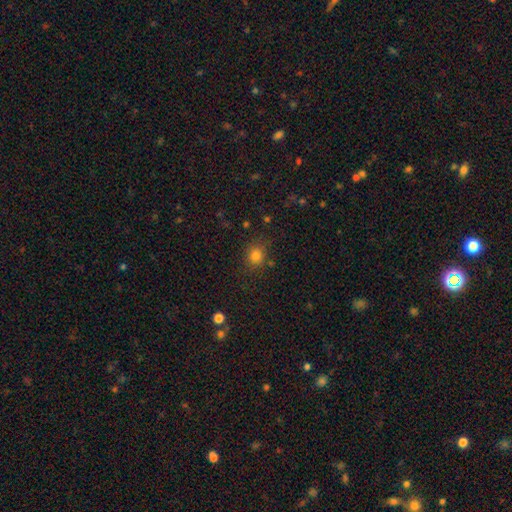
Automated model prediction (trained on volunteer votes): Smooth or featured?
  - smooth: 80% *
  - star or artifact: 15%
  - featured or disk: 6%
How rounded?
  - round: 74% *
  - in between: 25%
  - cigar-shaped: 1%
Merging?
  - none: 81% *
  - minor disturbance: 12%
  - major disturbance: 4%
  - merger: 3%